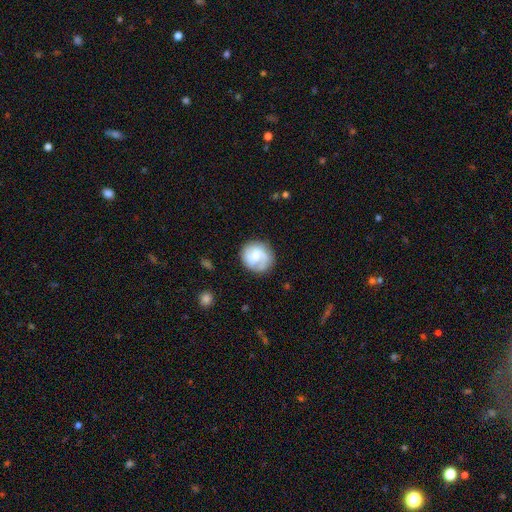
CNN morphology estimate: Overall: featured or disk (61%; smooth 33%). Edge-on disk: no (98%). Bar: no (53%; weak 40%). Spiral arms: yes (91%). Spiral arm count: 2 (51%; can't tell 16%). Spiral winding: medium (43%; tight 33%). Bulge size: small (48%; moderate 37%). Merging: none (73%).